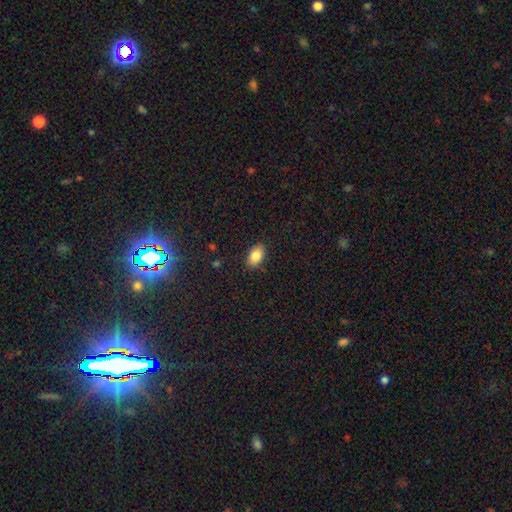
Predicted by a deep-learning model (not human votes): The model was most divided on "smooth or featured": smooth: 85%, star or artifact: 8%, featured or disk: 7%. More confident: how rounded — in between (90%); merging — none (87%).